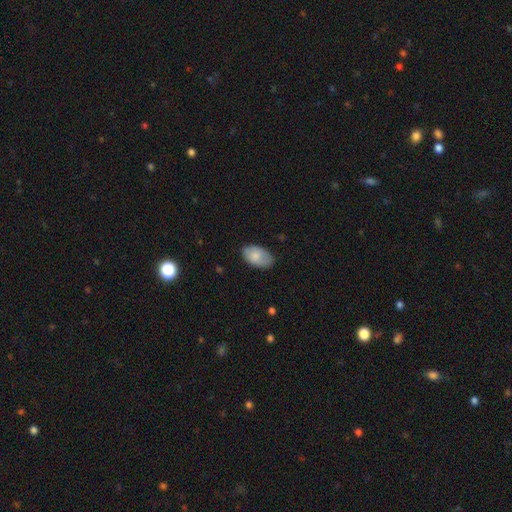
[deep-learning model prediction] Morphology: type=smooth (81%); roundness=in between (94%); merging=none (76%).